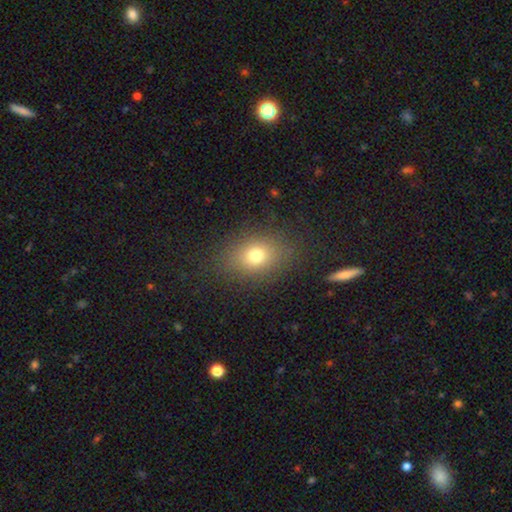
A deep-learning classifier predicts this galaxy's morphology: This is likely a smooth galaxy (74%). How rounded: likely in between (65%). Merging: clearly none (83%).